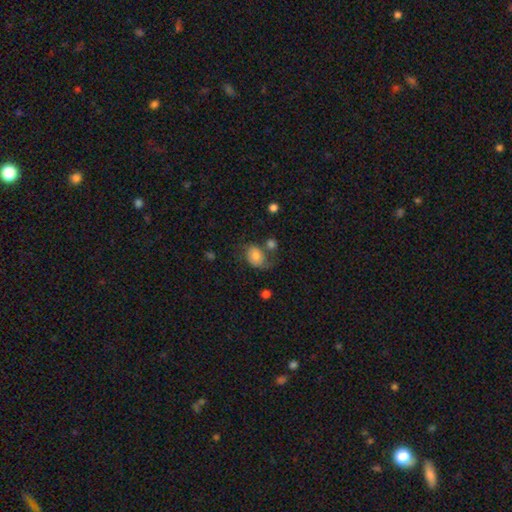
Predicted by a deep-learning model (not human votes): Morphology: type=smooth (71%); roundness=in between (63%); merging=none (44%).